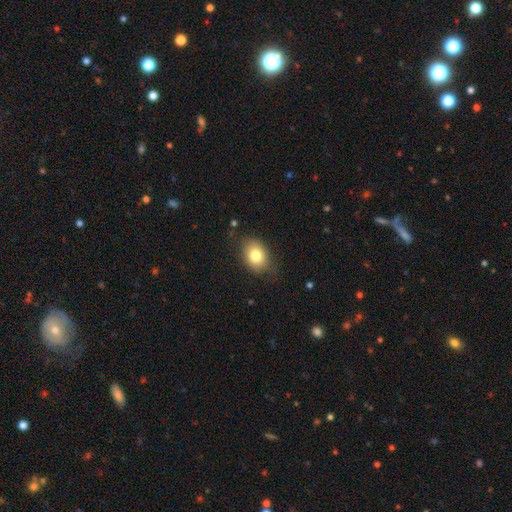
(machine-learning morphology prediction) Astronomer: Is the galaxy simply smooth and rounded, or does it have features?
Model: smooth — 80%.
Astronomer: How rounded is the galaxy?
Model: in between — 70%.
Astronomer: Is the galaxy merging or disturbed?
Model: none — 75%.